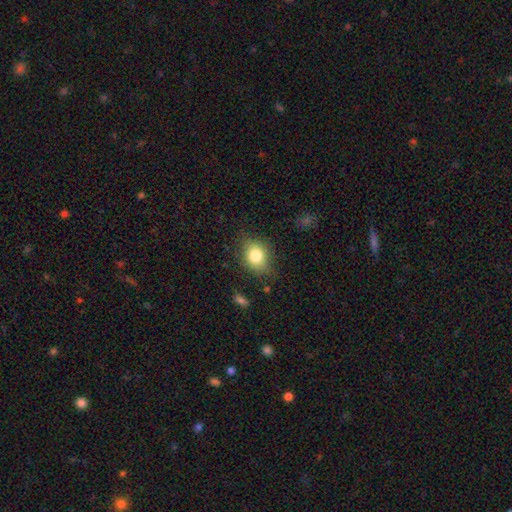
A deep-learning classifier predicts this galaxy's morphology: Overall: smooth (79%). How rounded: in between (52%; round 47%). Merging: none (74%).